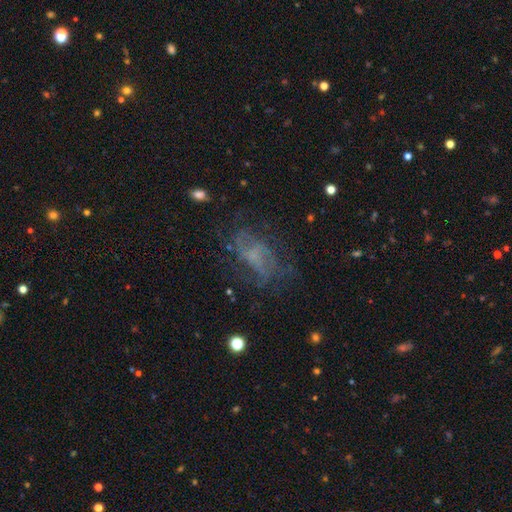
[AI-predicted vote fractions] Q: Smooth or featured?
A: featured or disk (53%); runner-up: smooth (27%)
Q: Edge-on disk?
A: no (95%); runner-up: yes (5%)
Q: Merging?
A: none (56%); runner-up: major disturbance (22%)